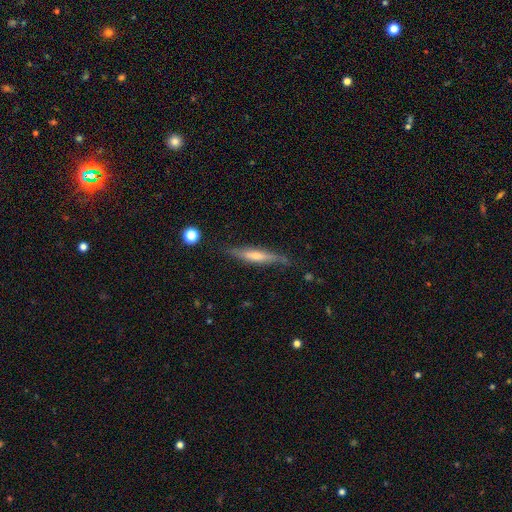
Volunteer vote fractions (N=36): Q: Smooth or featured?
A: featured or disk (56%); runner-up: smooth (39%)
Q: Edge-on disk?
A: yes (90%); runner-up: no (10%)
Q: Edge-on bulge?
A: rounded (78%); runner-up: boxy (11%)
Q: Merging?
A: none (56%); runner-up: minor disturbance (32%)